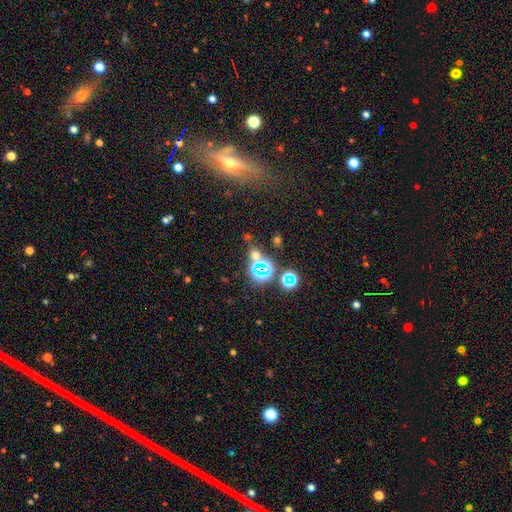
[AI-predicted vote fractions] Q: Smooth or featured?
A: star or artifact (50%); runner-up: smooth (41%)